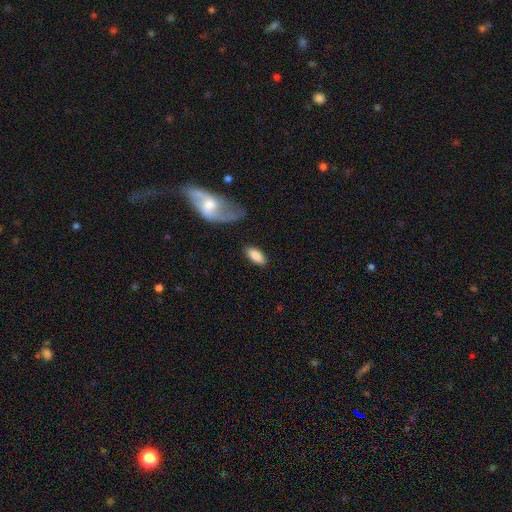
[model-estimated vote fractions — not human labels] Smooth or featured? smooth (84%)
How rounded? in between (85%)
Merging? none (80%)